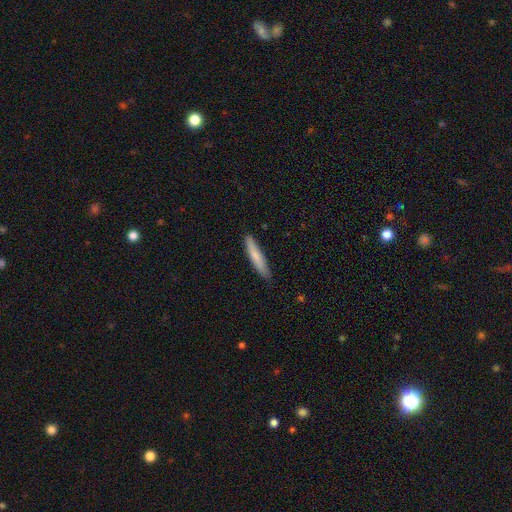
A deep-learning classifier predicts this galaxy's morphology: smooth 77%, featured or disk 18%, star or artifact 6%. Down the decision tree: how rounded — cigar-shaped (91%); merging — none (86%).